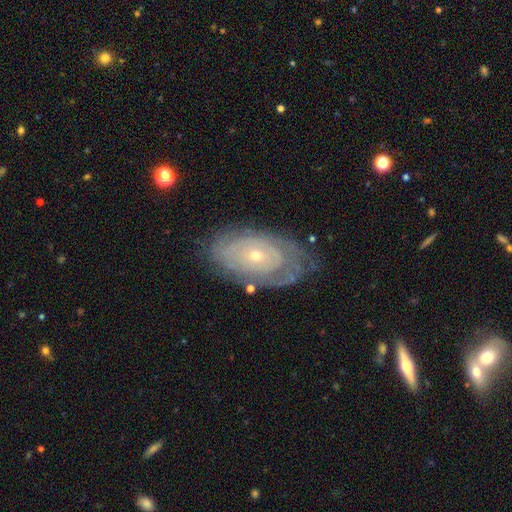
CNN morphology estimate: Q: Smooth or featured?
A: featured or disk (78%); runner-up: smooth (16%)
Q: Edge-on disk?
A: no (94%); runner-up: yes (6%)
Q: Bar?
A: no (85%); runner-up: weak (12%)
Q: Spiral arms?
A: yes (76%); runner-up: no (24%)
Q: Spiral winding?
A: tight (81%); runner-up: medium (14%)
Q: Spiral arm count?
A: can't tell (59%); runner-up: 2 (17%)
Q: Bulge size?
A: small (73%); runner-up: moderate (24%)
Q: Merging?
A: none (69%); runner-up: minor disturbance (20%)